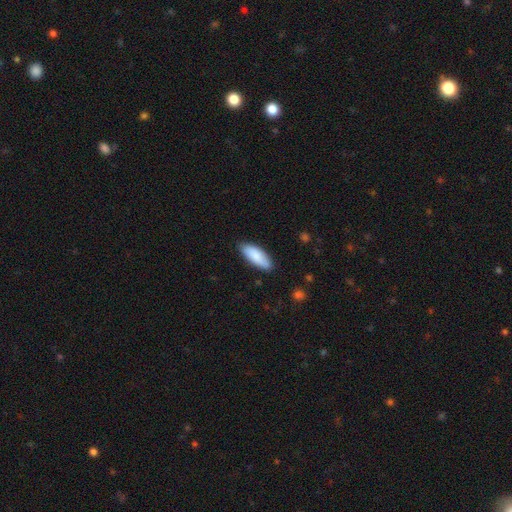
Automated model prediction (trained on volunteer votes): smooth_or_featured: smooth (p=0.86) [alt: featured or disk p=0.09]
how_rounded: in between (p=0.74) [alt: cigar-shaped p=0.25]
merging: none (p=0.84) [alt: minor disturbance p=0.13]